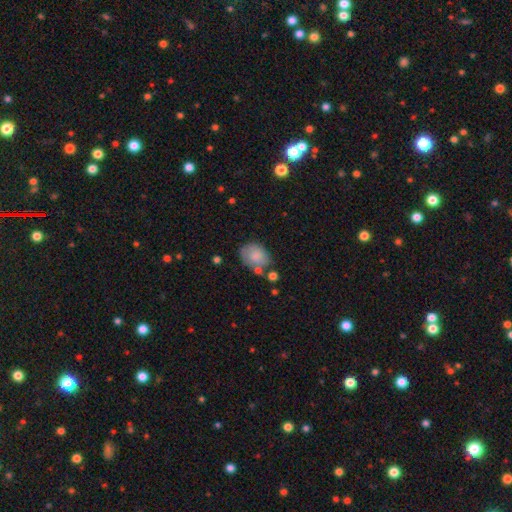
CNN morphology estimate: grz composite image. It shows a smooth galaxy with no disk features (76%) that is in between round and cigar-shaped (64%). Merging: none (54%).